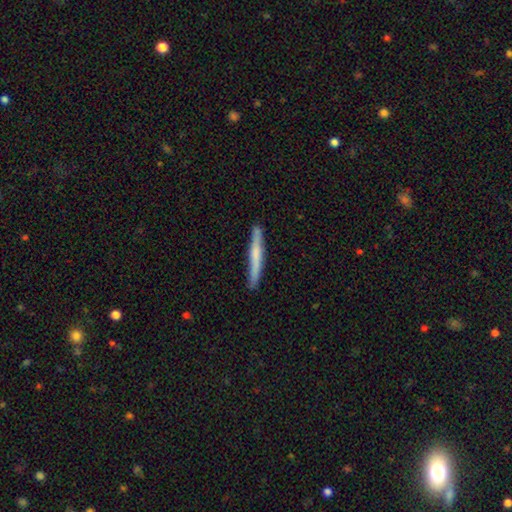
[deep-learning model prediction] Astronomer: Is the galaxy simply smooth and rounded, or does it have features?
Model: smooth — 51% (runner-up: featured or disk, 43%).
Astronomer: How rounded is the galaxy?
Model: cigar-shaped — 96%.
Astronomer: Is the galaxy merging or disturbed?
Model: none — 88%.